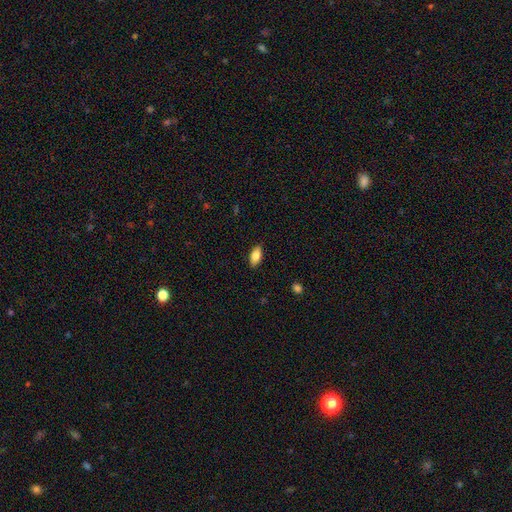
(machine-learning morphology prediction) smooth_or_featured: smooth (p=0.83) [alt: featured or disk p=0.10]
how_rounded: in between (p=0.89) [alt: cigar-shaped p=0.08]
merging: none (p=0.87) [alt: minor disturbance p=0.10]